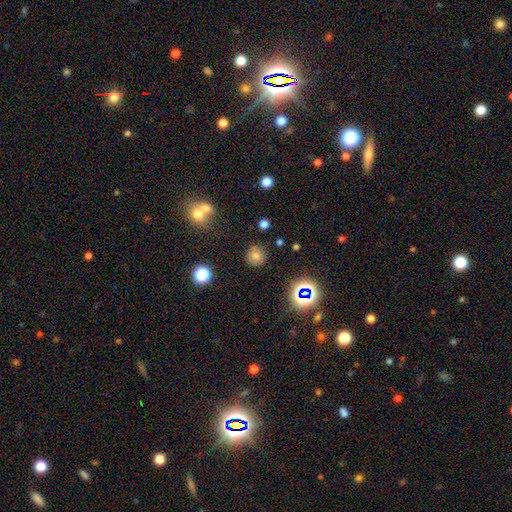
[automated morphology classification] Overall: smooth (70%). How rounded: round (92%). Merging: none (85%).